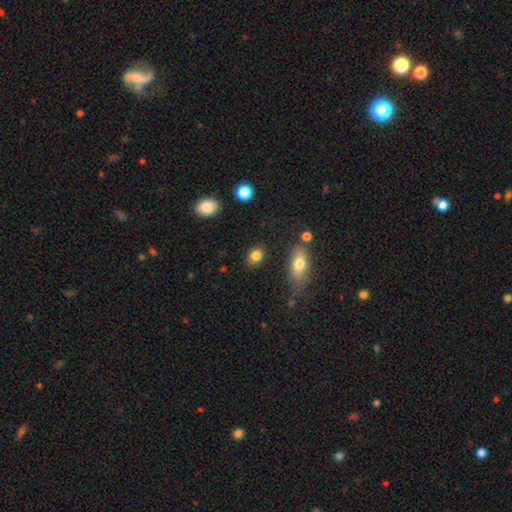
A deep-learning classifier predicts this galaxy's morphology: Smooth or featured? Predicted: smooth (p=0.85). How rounded? Predicted: in between (p=0.57). Merging? Predicted: none (p=0.84).